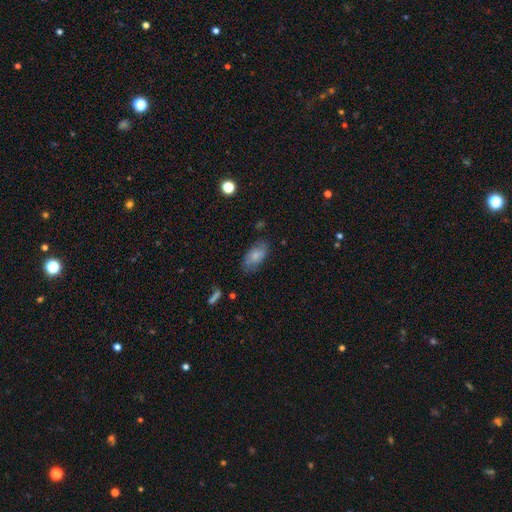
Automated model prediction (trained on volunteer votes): Overall: smooth (68%). How rounded: in between (91%). Merging: none (70%).